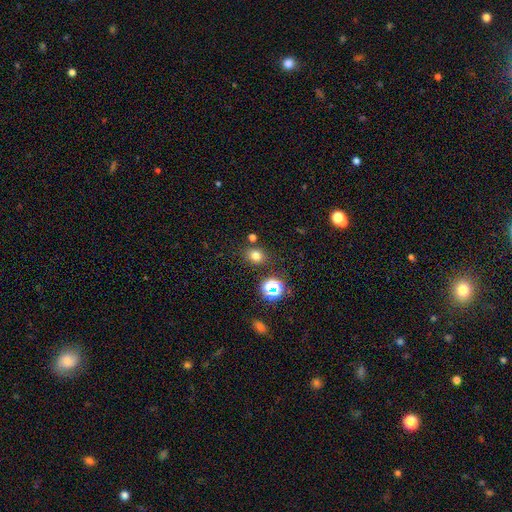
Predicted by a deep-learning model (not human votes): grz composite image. It shows a smooth galaxy with no disk features (73%) that is round (62%). Merging: none (79%).